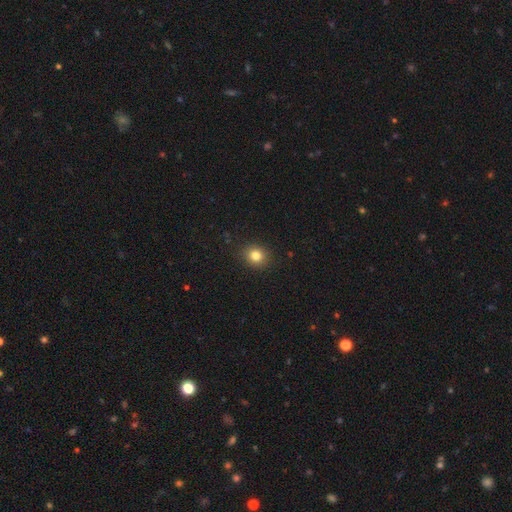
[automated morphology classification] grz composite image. It shows a smooth galaxy with no disk features (81%) that is round (76%). Merging: none (90%).